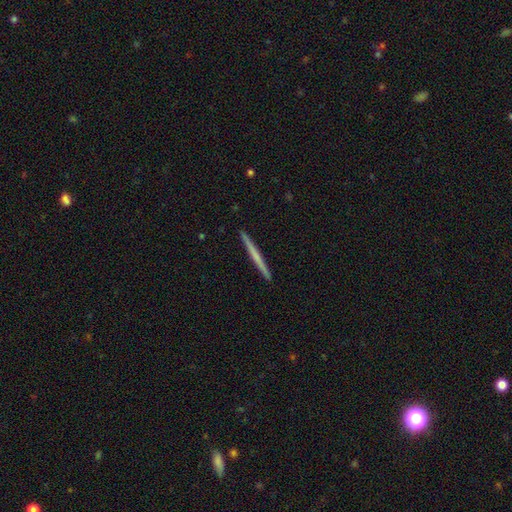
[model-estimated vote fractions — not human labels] Smooth or featured? featured or disk (50%)
Edge-on disk? yes (98%)
Merging? none (94%)